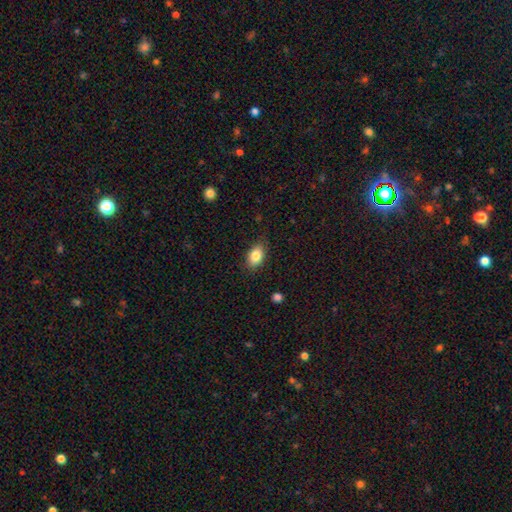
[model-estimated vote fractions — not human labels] A smooth galaxy with no disk features (84%) that is in between round and cigar-shaped (86%). Merging: none (81%).